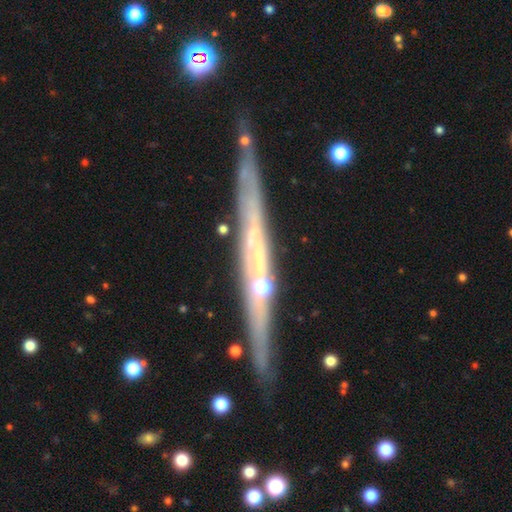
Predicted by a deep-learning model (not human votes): Smooth or featured: featured or disk — 79% (smooth — 14%)
Edge-on disk: yes — 96% (no — 4%)
Edge-on bulge: none — 56% (rounded — 37%)
Merging: none — 84% (minor disturbance — 11%)